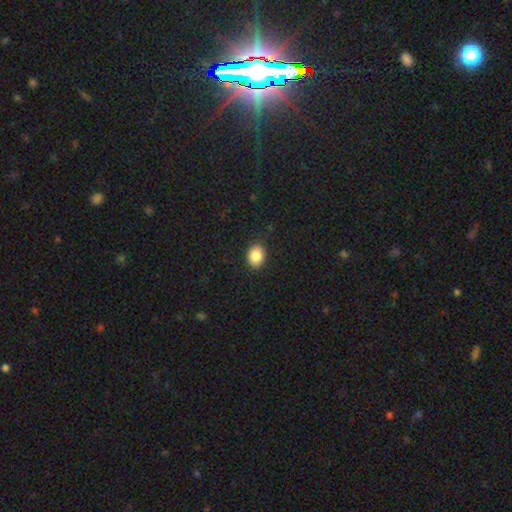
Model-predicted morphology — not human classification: Smooth or featured? smooth (87%)
How rounded? in between (59%)
Merging? none (86%)